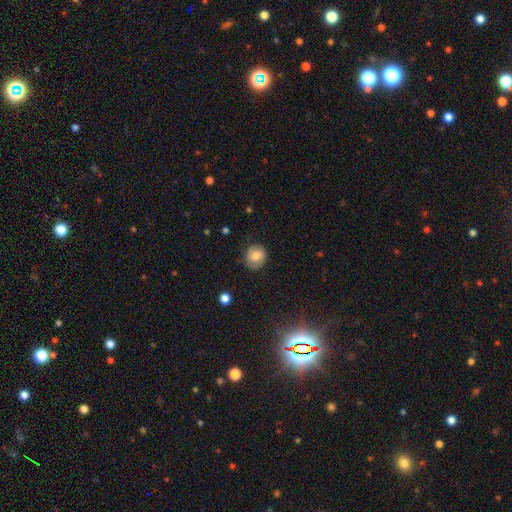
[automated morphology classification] A featured or disk galaxy (46%).

Vote fractions:
- Smooth or featured? featured or disk: 46% / smooth: 45% / star or artifact: 10%
- Merging? none: 79% / minor disturbance: 16% / major disturbance: 4% / merger: 1%